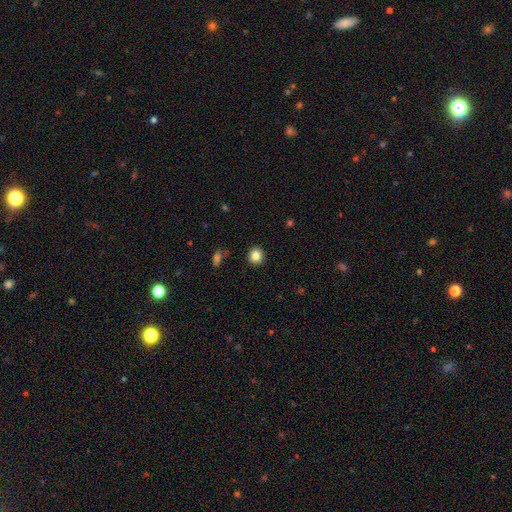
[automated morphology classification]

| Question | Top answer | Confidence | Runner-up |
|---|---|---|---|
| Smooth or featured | smooth | 84% | star or artifact (11%) |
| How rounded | round | 87% | in between (12%) |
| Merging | none | 91% | minor disturbance (6%) |